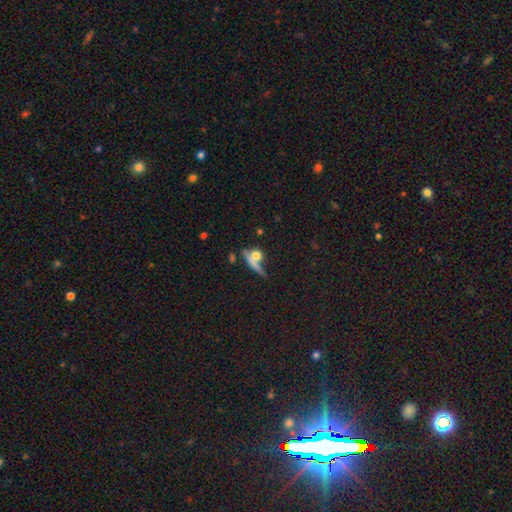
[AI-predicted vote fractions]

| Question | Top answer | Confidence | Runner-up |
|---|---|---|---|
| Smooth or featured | smooth | 63% | featured or disk (23%) |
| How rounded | round | 49% | in between (28%) |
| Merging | none | 41% | merger (30%) |